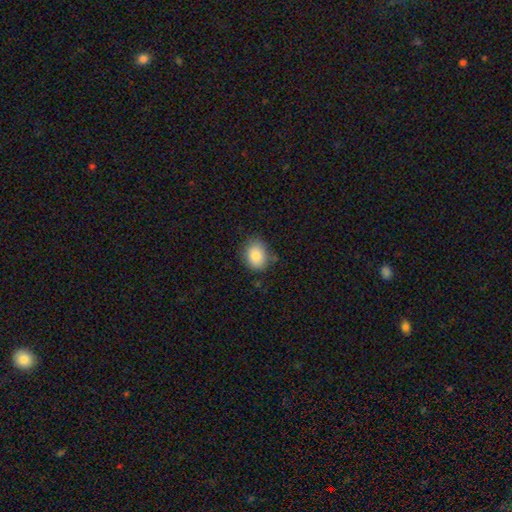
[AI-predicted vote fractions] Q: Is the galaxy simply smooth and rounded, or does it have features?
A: smooth — 84%.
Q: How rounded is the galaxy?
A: in between — 50%.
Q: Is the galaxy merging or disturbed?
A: none — 76%.